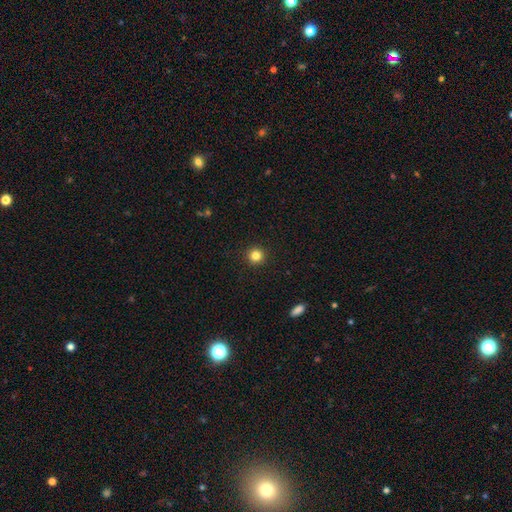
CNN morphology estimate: This is clearly a smooth galaxy (83%). How rounded: clearly round (95%). Merging: clearly none (93%).